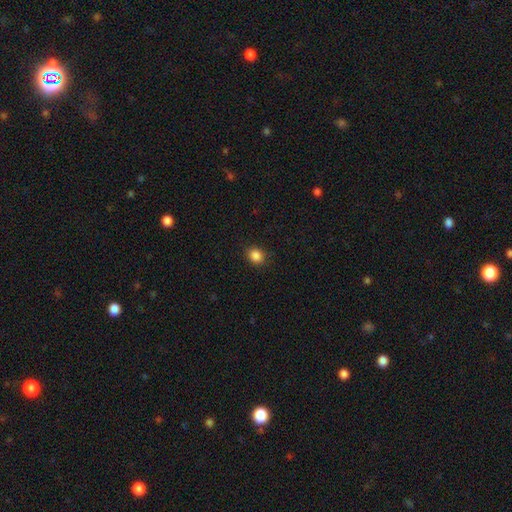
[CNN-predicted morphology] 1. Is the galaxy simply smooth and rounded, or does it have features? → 86% smooth, 10% star or artifact, 3% featured or disk.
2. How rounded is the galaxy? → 65% round, 34% in between, 1% cigar-shaped.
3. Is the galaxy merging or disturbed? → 89% none, 8% minor disturbance, 2% major disturbance, 1% merger.